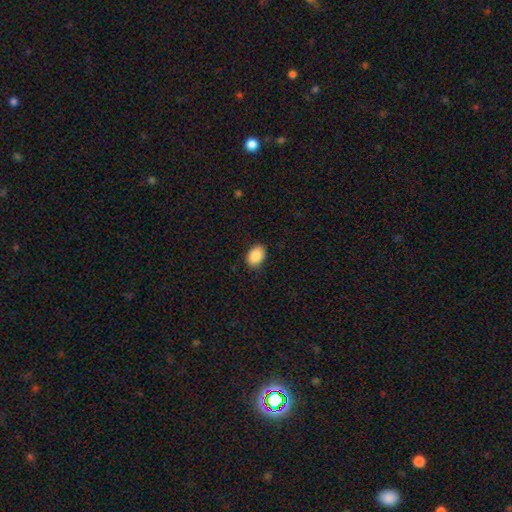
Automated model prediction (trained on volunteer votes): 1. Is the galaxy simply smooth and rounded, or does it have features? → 89% smooth, 7% star or artifact, 4% featured or disk.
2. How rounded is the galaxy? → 82% in between, 17% round, 1% cigar-shaped.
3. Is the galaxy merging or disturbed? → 88% none, 9% minor disturbance, 2% major disturbance, 1% merger.